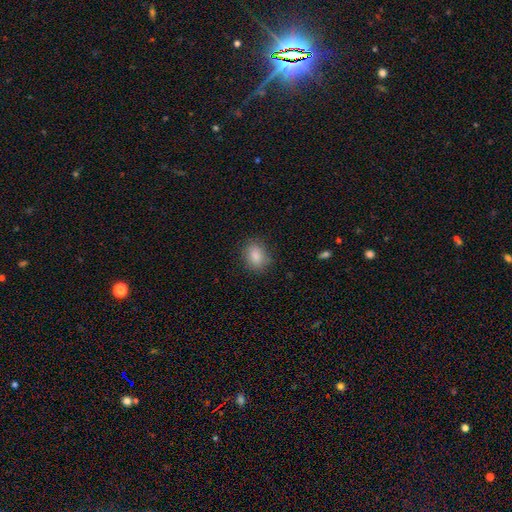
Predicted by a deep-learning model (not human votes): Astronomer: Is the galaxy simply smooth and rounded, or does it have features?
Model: smooth — 87%.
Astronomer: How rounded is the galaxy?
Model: in between — 62%.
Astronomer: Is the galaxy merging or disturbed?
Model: none — 84%.